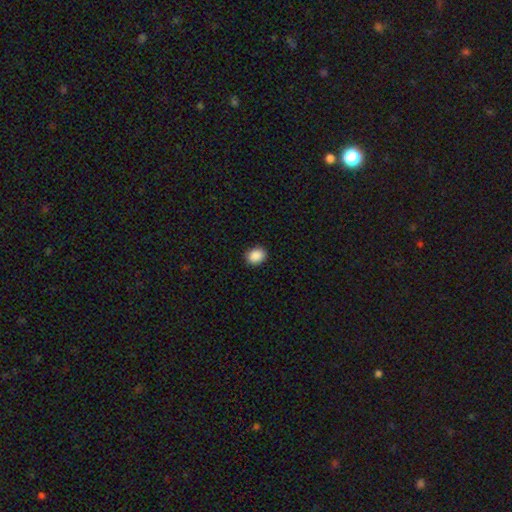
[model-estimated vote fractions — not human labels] A smooth galaxy with no disk features (90%) that is round (50%).

Vote fractions:
- Smooth or featured? smooth: 90% / star or artifact: 8% / featured or disk: 2%
- How rounded? round: 50% / in between: 49% / cigar-shaped: 1%
- Merging? none: 90% / minor disturbance: 7% / major disturbance: 2% / merger: 1%